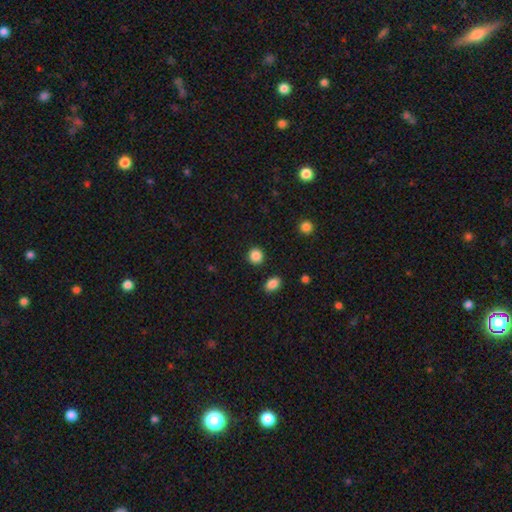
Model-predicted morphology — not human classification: Overall: smooth (87%). How rounded: round (89%). Merging: none (90%).